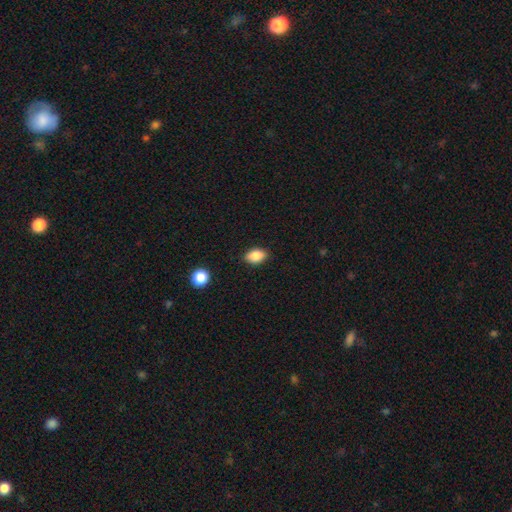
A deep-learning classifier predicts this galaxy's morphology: A smooth galaxy with no disk features (87%) that is in between round and cigar-shaped (85%).

Vote fractions:
- Smooth or featured? smooth: 87% / star or artifact: 8% / featured or disk: 5%
- How rounded? in between: 85% / round: 14% / cigar-shaped: 2%
- Merging? none: 86% / minor disturbance: 11% / major disturbance: 2% / merger: 1%